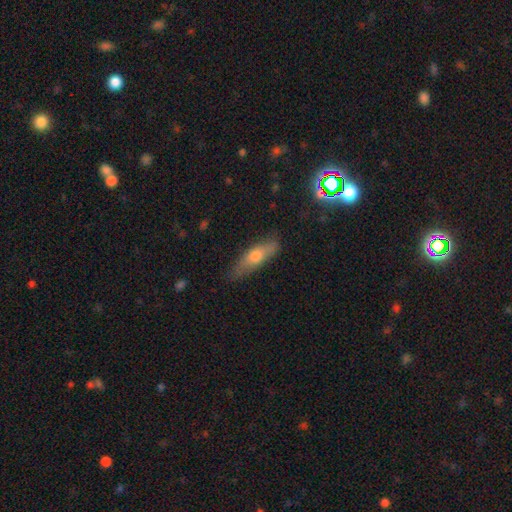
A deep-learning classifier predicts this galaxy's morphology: This appears to be a smooth galaxy with no disk features (56%) that is cigar-shaped (62%). Merging: none (77%).